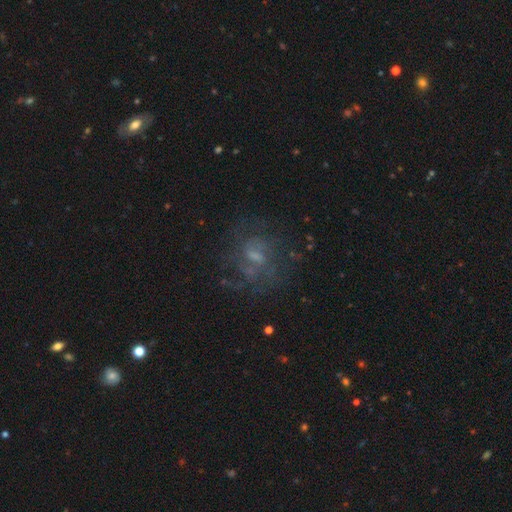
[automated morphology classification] This appears to be a featured or disk galaxy (64%) with a weak bar (51%), spiral arms (72%) and a small central bulge (39%). Merging: none (62%).